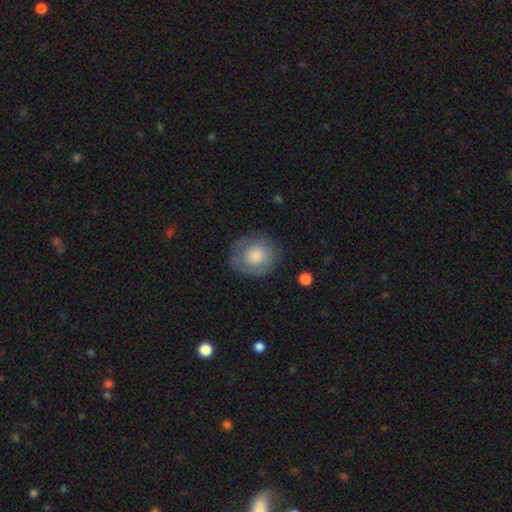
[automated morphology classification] Smooth or featured? Predicted: smooth (p=0.64). How rounded? Predicted: round (p=0.85). Merging? Predicted: none (p=0.77).